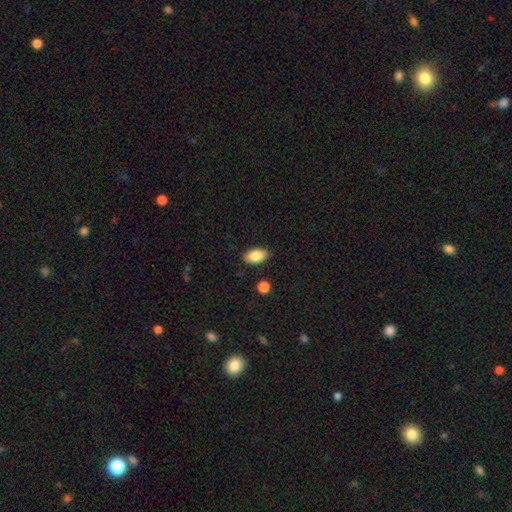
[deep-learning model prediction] A smooth galaxy with no disk features (86%) that is in between round and cigar-shaped (93%). Merging: none (86%).